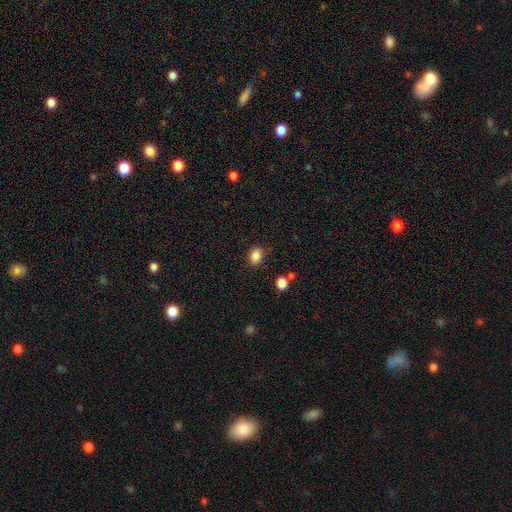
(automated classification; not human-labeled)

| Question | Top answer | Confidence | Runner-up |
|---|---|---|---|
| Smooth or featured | smooth | 86% | star or artifact (10%) |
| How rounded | in between | 68% | round (31%) |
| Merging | none | 80% | minor disturbance (14%) |